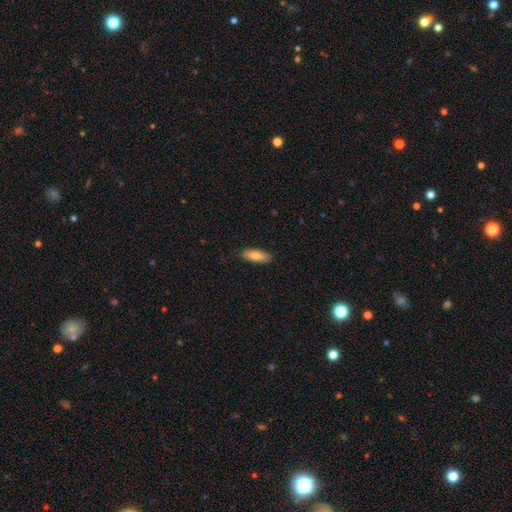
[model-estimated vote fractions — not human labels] Smooth or featured: smooth — 81% (featured or disk — 13%)
How rounded: in between — 69% (cigar-shaped — 29%)
Merging: none — 84% (minor disturbance — 13%)